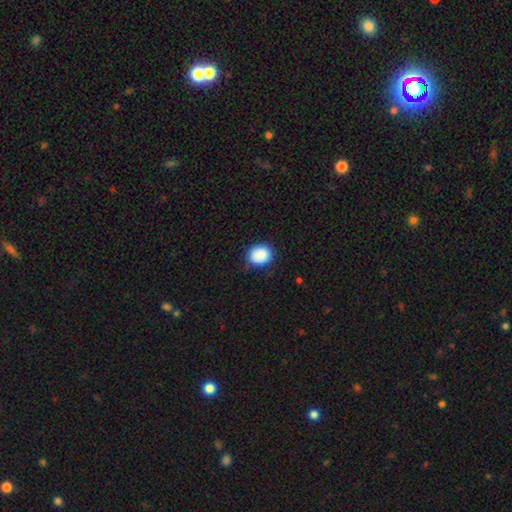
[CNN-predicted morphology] smooth-or-featured: smooth: 88% | star or artifact: 8% | featured or disk: 4%
  how-rounded: round: 63% | in between: 36% | cigar-shaped: 1%
  merging: none: 78% | minor disturbance: 17% | major disturbance: 3% | merger: 1%